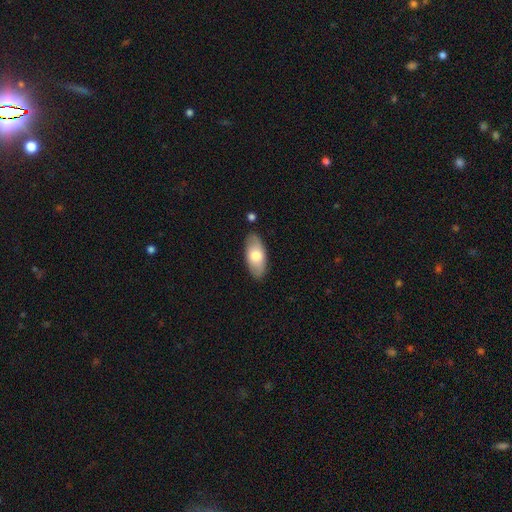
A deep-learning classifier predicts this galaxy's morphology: type=smooth (71%); roundness=in between (91%); merging=none (84%).